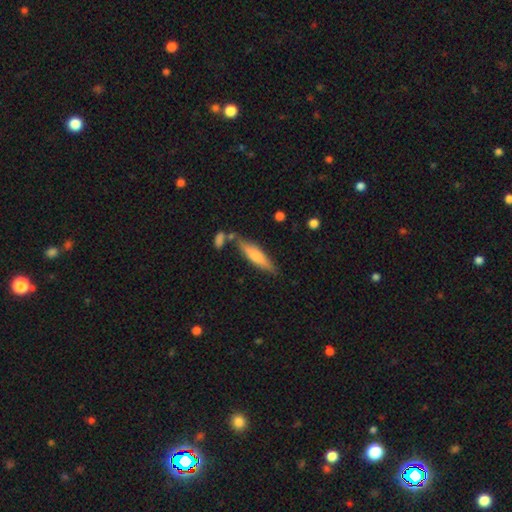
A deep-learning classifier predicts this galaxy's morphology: smooth 62%, featured or disk 32%, star or artifact 6%. Down the decision tree: how rounded — cigar-shaped (77%); merging — none (72%).